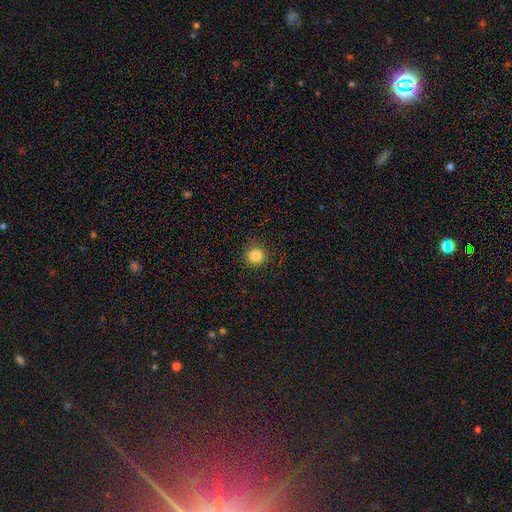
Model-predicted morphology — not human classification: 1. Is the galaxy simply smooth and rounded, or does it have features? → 84% smooth, 12% star or artifact, 4% featured or disk.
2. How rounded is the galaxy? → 93% round, 6% in between, 1% cigar-shaped.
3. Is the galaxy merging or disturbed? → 88% none, 9% minor disturbance, 2% major disturbance, 1% merger.